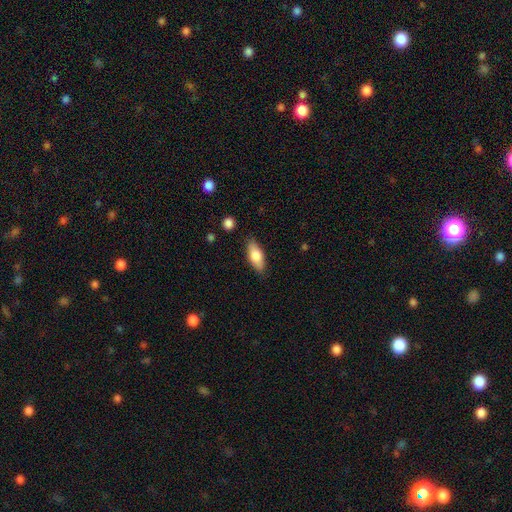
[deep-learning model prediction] Overall: smooth (77%). How rounded: in between (77%). Merging: none (84%).